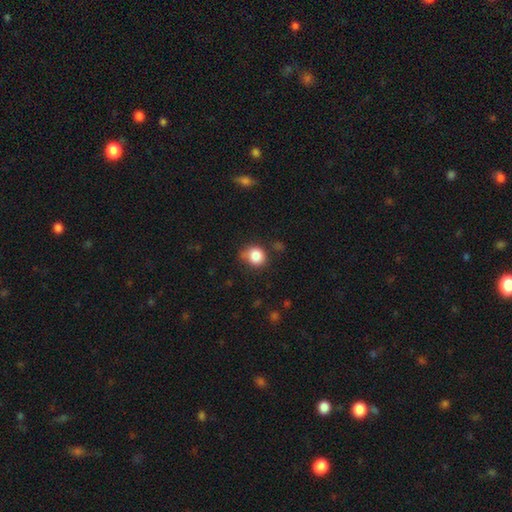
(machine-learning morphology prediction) The model was most divided on "merging": none: 60%, minor disturbance: 28%, major disturbance: 8%, merger: 4%. More confident: smooth or featured — smooth (84%); how rounded — round (77%).